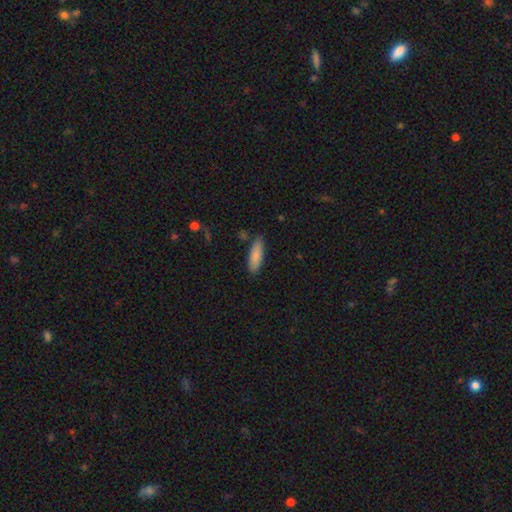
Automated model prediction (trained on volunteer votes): smooth-or-featured: smooth: 85% | featured or disk: 9% | star or artifact: 6%
  how-rounded: in between: 56% | cigar-shaped: 42% | round: 2%
  merging: none: 82% | minor disturbance: 13% | merger: 3% | major disturbance: 2%